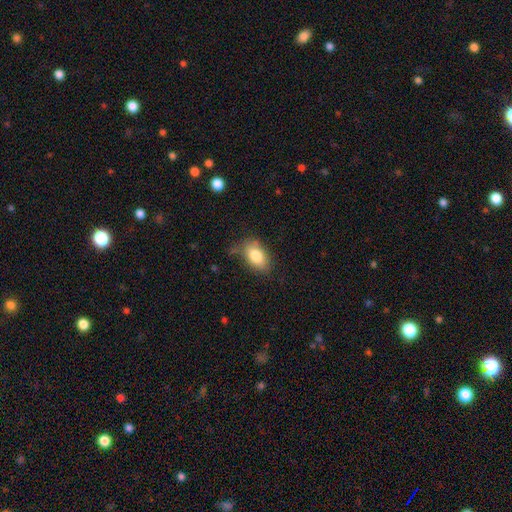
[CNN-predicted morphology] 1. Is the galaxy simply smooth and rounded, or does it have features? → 81% smooth, 11% featured or disk, 8% star or artifact.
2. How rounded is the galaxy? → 90% in between, 8% round, 2% cigar-shaped.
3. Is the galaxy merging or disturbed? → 69% none, 23% minor disturbance, 6% major disturbance, 3% merger.